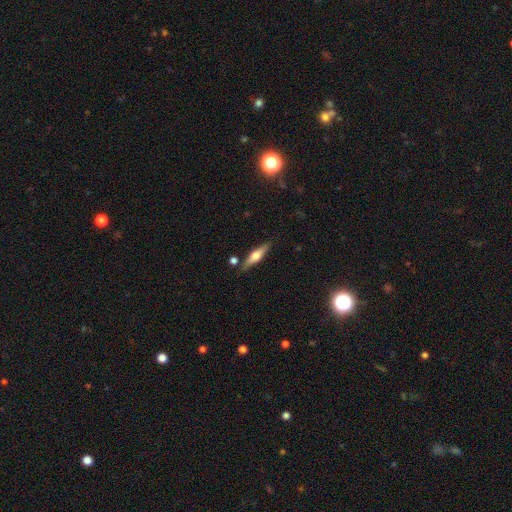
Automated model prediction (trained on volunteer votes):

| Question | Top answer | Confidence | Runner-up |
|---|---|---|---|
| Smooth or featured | featured or disk | 55% | smooth (39%) |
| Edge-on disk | yes | 93% | no (7%) |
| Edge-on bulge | rounded | 92% | boxy (4%) |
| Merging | none | 82% | minor disturbance (11%) |